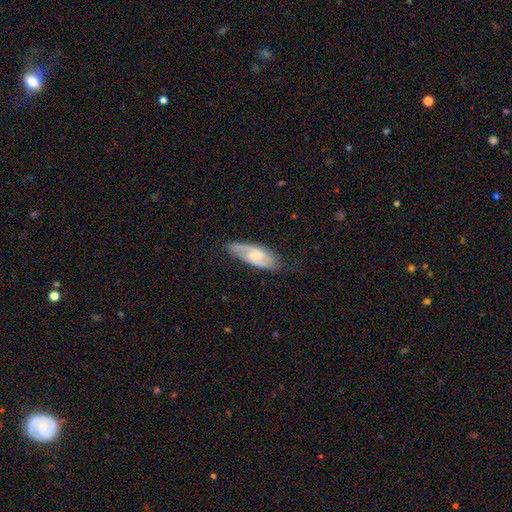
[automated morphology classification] A featured or disk galaxy (60%) with no bar (50%), spiral arms (88%) and a small central bulge (49%). Merging: none (69%).